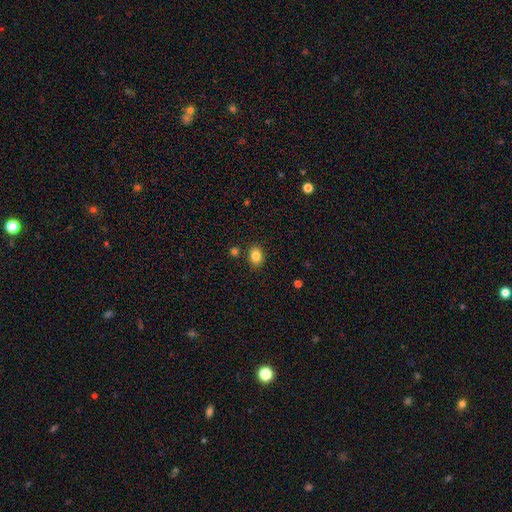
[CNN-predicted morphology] The model was most divided on "how rounded": in between: 64%, round: 35%, cigar-shaped: 1%. More confident: smooth or featured — smooth (84%); merging — none (83%).